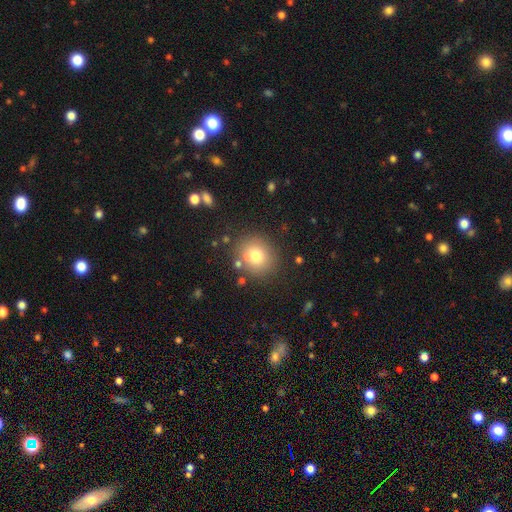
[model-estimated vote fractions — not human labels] Smooth or featured? Predicted: smooth (p=0.76). How rounded? Predicted: round (p=0.80). Merging? Predicted: none (p=0.76).